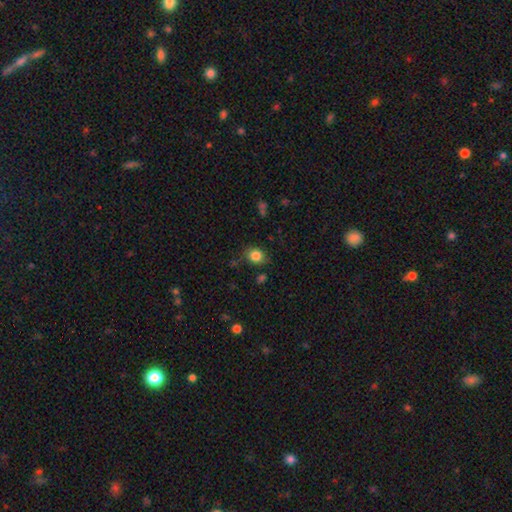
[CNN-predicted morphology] smooth-or-featured: smooth: 84% | star or artifact: 10% | featured or disk: 6%
  how-rounded: round: 63% | in between: 36% | cigar-shaped: 1%
  merging: none: 79% | minor disturbance: 15% | major disturbance: 4% | merger: 2%